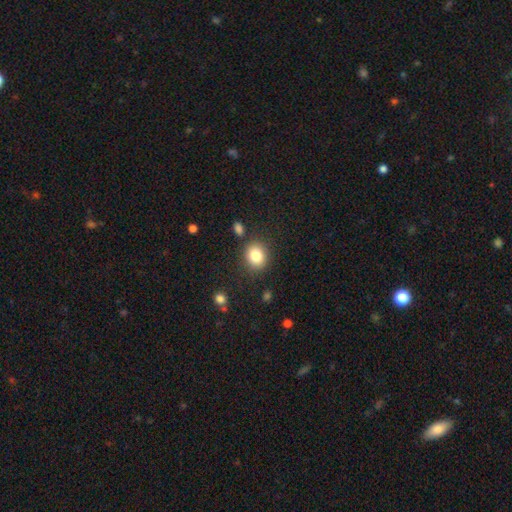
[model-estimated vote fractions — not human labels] This is clearly a smooth galaxy (84%). How rounded: likely round (63%). Merging: clearly none (83%).